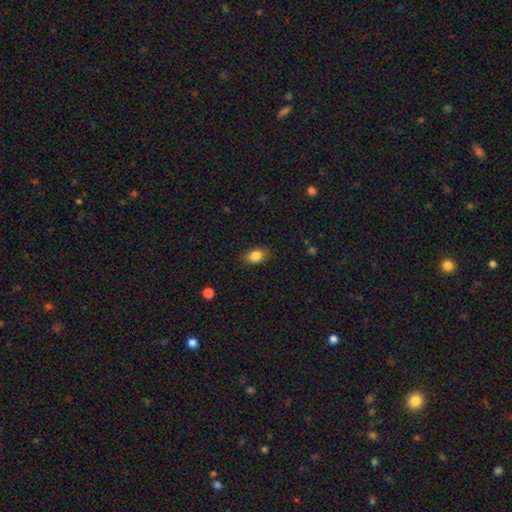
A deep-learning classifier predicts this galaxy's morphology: Overall: smooth (84%). How rounded: in between (78%). Merging: none (83%).